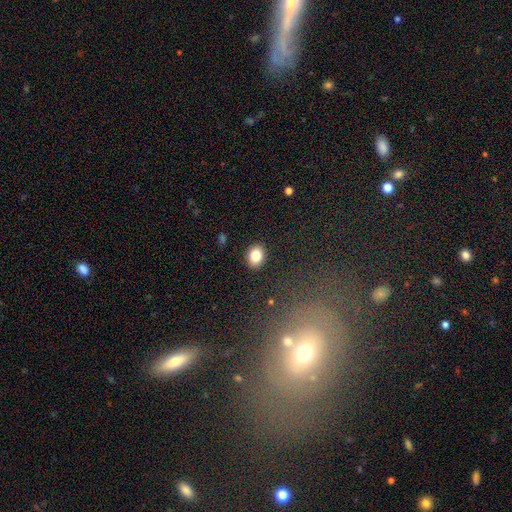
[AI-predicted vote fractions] smooth_or_featured: smooth (p=0.83) [alt: star or artifact p=0.09]
how_rounded: in between (p=0.54) [alt: round p=0.45]
merging: none (p=0.90) [alt: minor disturbance p=0.07]